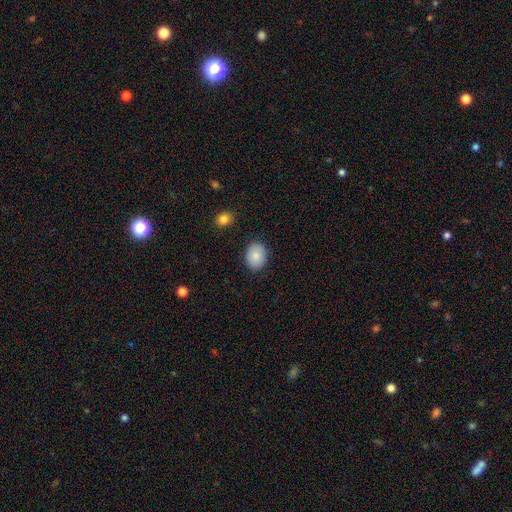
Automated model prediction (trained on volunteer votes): smooth_or_featured: smooth (p=0.86) [alt: featured or disk p=0.07]
how_rounded: in between (p=0.64) [alt: round p=0.35]
merging: none (p=0.88) [alt: minor disturbance p=0.08]